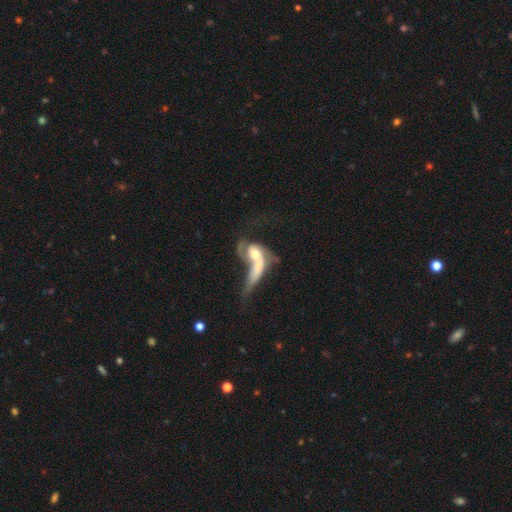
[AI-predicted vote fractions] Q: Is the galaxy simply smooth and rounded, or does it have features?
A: featured or disk — 63%.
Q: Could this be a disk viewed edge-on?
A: no — 90%.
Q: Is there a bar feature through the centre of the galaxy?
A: no — 71%.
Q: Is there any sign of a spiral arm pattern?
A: yes — 62%.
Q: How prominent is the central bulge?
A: moderate — 55%.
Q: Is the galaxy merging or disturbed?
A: merger — 69%.